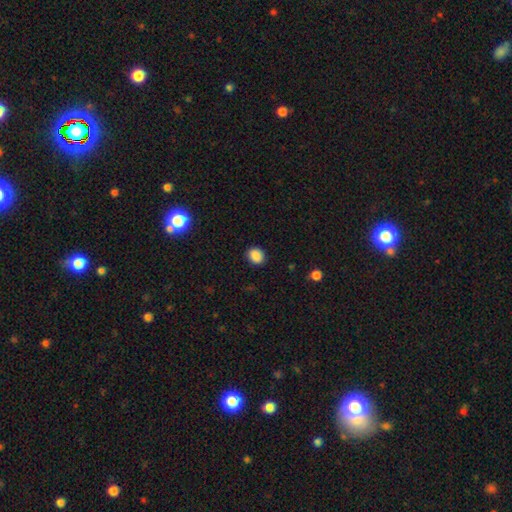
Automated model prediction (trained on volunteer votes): This appears to be a smooth galaxy with no disk features (88%) that is round (59%). Merging: none (89%).